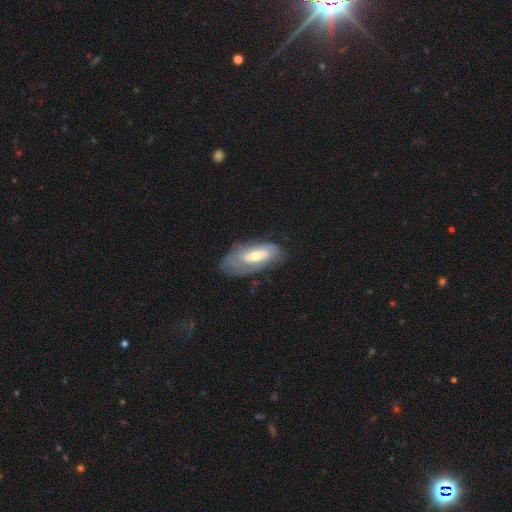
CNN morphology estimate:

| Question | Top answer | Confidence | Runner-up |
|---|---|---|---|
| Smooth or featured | featured or disk | 66% | smooth (27%) |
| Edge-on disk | no | 89% | yes (11%) |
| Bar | no | 46% | weak (38%) |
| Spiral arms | yes | 73% | no (27%) |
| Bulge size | moderate | 58% | small (36%) |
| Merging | none | 65% | minor disturbance (23%) |